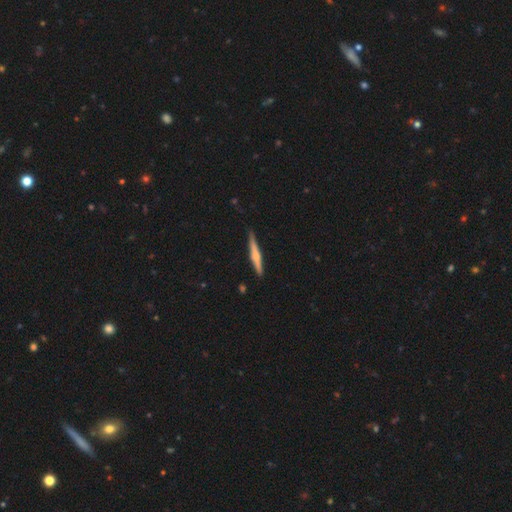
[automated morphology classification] Q: Smooth or featured?
A: featured or disk (56%); runner-up: smooth (39%)
Q: Edge-on disk?
A: yes (98%); runner-up: no (2%)
Q: Edge-on bulge?
A: rounded (67%); runner-up: none (18%)
Q: Merging?
A: none (88%); runner-up: minor disturbance (9%)